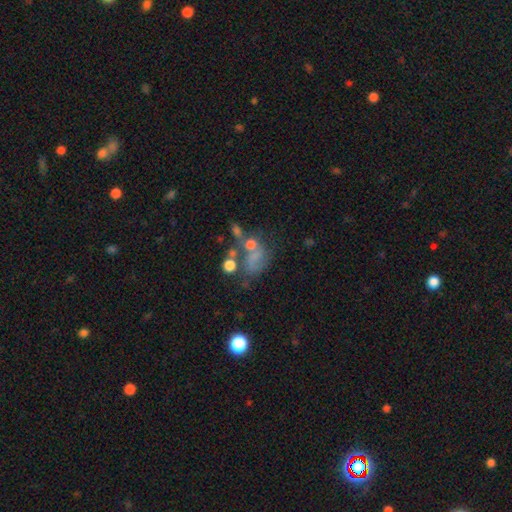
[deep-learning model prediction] This appears to be a smooth galaxy with no disk features (45%). Merging: none (29%, tied with major disturbance).